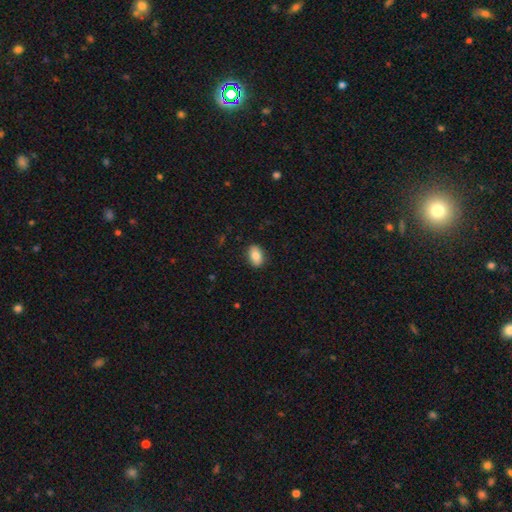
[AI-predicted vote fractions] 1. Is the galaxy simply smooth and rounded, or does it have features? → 85% smooth, 8% star or artifact, 7% featured or disk.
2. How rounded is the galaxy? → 86% in between, 12% round, 2% cigar-shaped.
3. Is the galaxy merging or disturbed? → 88% none, 9% minor disturbance, 2% major disturbance, 1% merger.